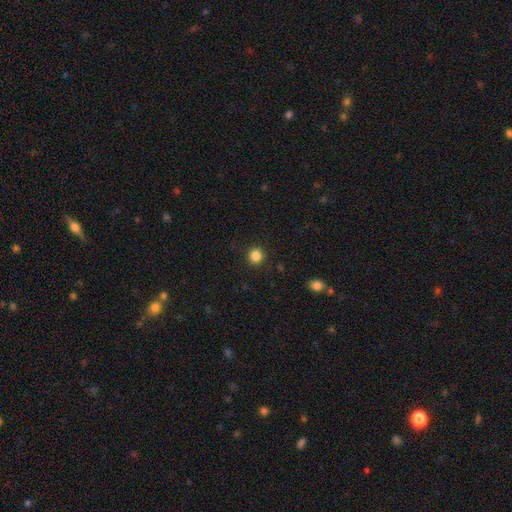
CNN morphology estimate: A smooth galaxy with no disk features (85%) that is round (90%). Merging: none (91%).